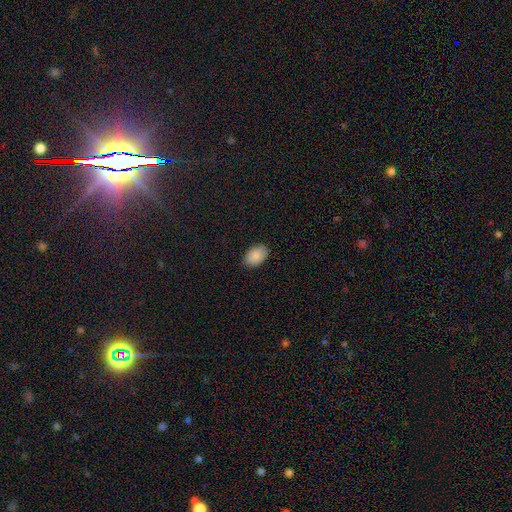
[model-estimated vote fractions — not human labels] smooth 89%, star or artifact 7%, featured or disk 4%. Down the decision tree: how rounded — in between (88%); merging — none (86%).